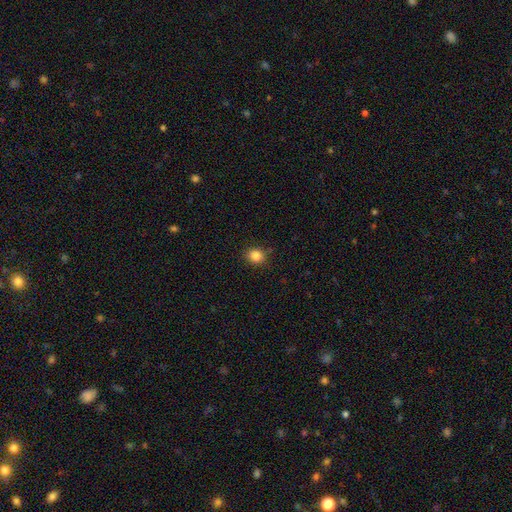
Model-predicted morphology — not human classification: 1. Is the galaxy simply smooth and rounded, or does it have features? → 84% smooth, 11% star or artifact, 5% featured or disk.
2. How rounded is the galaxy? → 80% round, 19% in between, 1% cigar-shaped.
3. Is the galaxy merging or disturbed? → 87% none, 9% minor disturbance, 2% major disturbance, 2% merger.